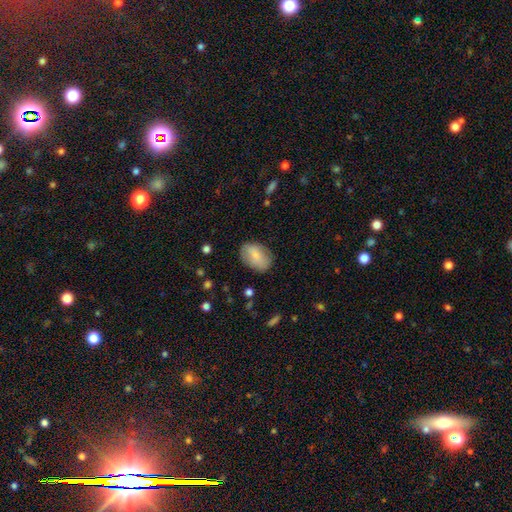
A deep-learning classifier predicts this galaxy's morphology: smooth-or-featured: smooth: 77% | featured or disk: 16% | star or artifact: 7%
  how-rounded: in between: 87% | round: 12% | cigar-shaped: 2%
  merging: none: 80% | minor disturbance: 15% | major disturbance: 4% | merger: 1%